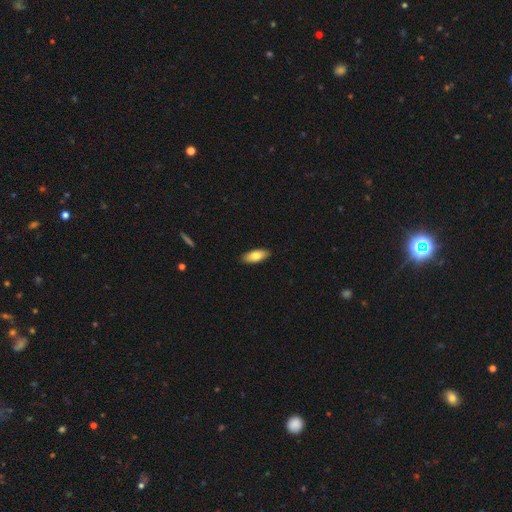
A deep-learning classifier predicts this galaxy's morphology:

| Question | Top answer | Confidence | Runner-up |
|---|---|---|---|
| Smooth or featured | smooth | 79% | featured or disk (15%) |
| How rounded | in between | 83% | cigar-shaped (15%) |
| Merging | none | 89% | minor disturbance (9%) |